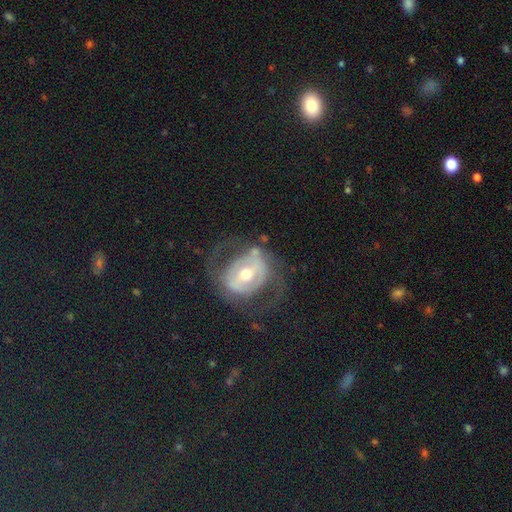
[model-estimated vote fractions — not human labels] The model was most divided on "bar": strong: 38%, weak: 36%, no: 26%. More confident: edge-on disk — no (95%); smooth or featured — featured or disk (76%); bulge size — moderate (65%); spiral arms — yes (55%); merging — none (54%).